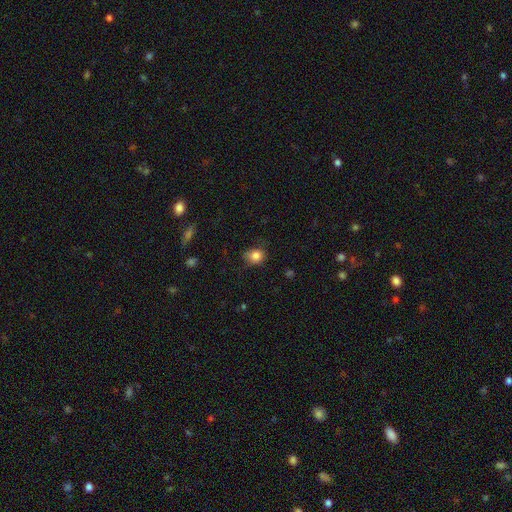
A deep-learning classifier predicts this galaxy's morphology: Q: Smooth or featured?
A: smooth (83%); runner-up: star or artifact (10%)
Q: How rounded?
A: round (66%); runner-up: in between (33%)
Q: Merging?
A: none (64%); runner-up: minor disturbance (27%)